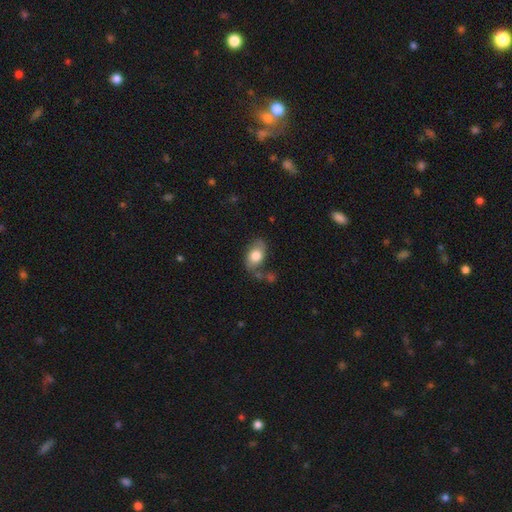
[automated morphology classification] Overall: smooth (73%). How rounded: in between (88%). Merging: none (60%; minor disturbance 23%).